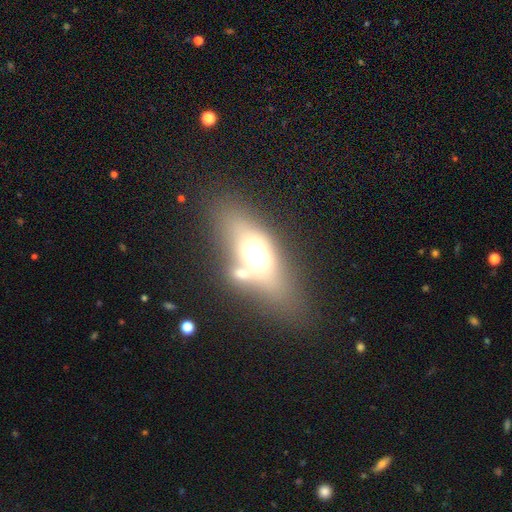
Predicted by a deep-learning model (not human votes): smooth-or-featured: smooth: 52% | featured or disk: 33% | star or artifact: 14%
  how-rounded: in between: 71% | cigar-shaped: 21% | round: 8%
  merging: none: 59% | merger: 20% | minor disturbance: 13% | major disturbance: 8%